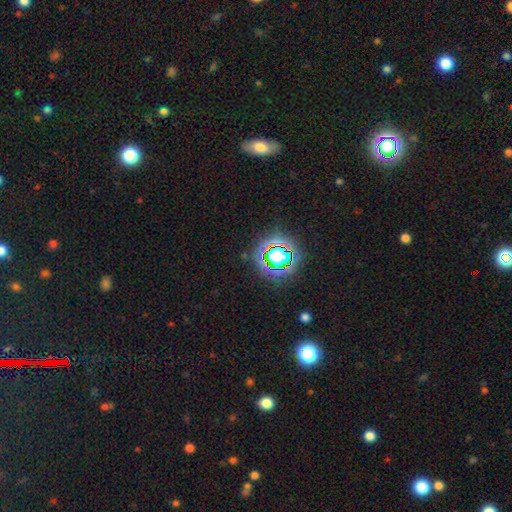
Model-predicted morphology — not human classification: Overall: star or artifact (74%).